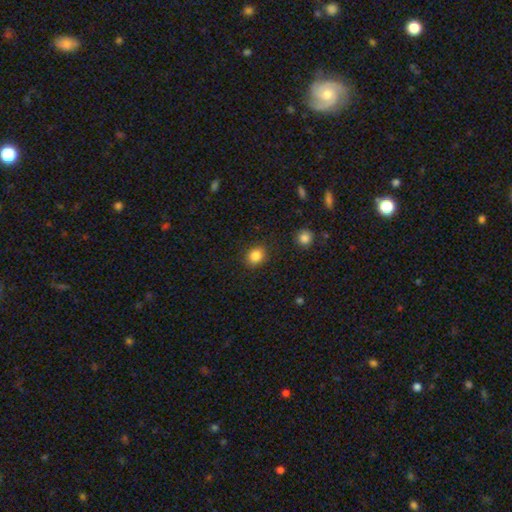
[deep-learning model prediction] Smooth or featured?
  - smooth: 85% *
  - star or artifact: 11%
  - featured or disk: 5%
How rounded?
  - round: 72% *
  - in between: 27%
  - cigar-shaped: 1%
Merging?
  - none: 88% *
  - minor disturbance: 8%
  - major disturbance: 2%
  - merger: 1%